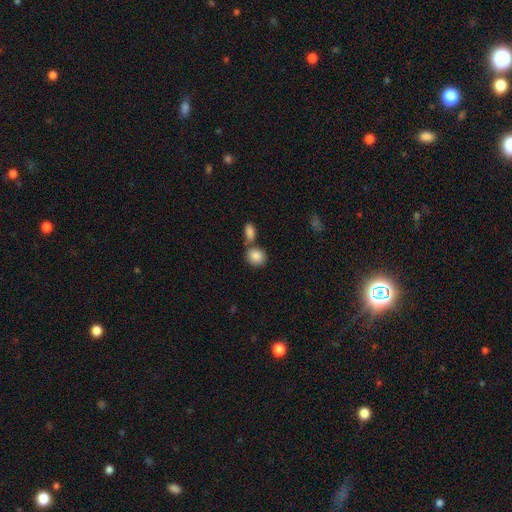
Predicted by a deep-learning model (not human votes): This appears to be a smooth galaxy with no disk features (87%) that is round (58%). Merging: none (53%).